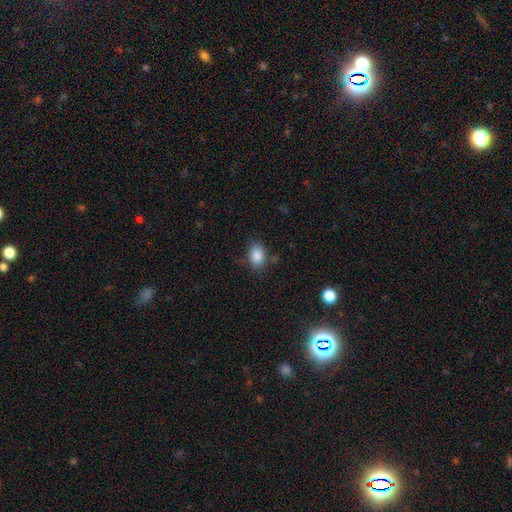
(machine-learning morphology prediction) Smooth or featured: smooth — 86% (star or artifact — 9%)
How rounded: in between — 79% (round — 20%)
Merging: none — 74% (minor disturbance — 18%)